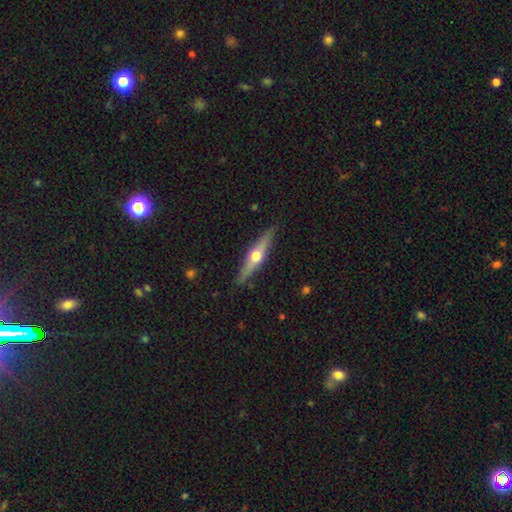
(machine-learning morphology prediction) featured or disk 66%, smooth 28%, star or artifact 5%. Down the decision tree: edge-on disk — yes (95%); edge-on bulge — rounded (95%); merging — none (89%).